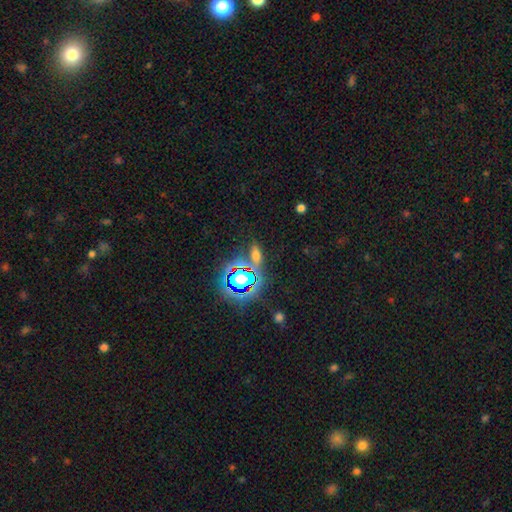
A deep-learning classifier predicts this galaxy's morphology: Overall: smooth (45%; star or artifact 41%). Merging: none (70%).